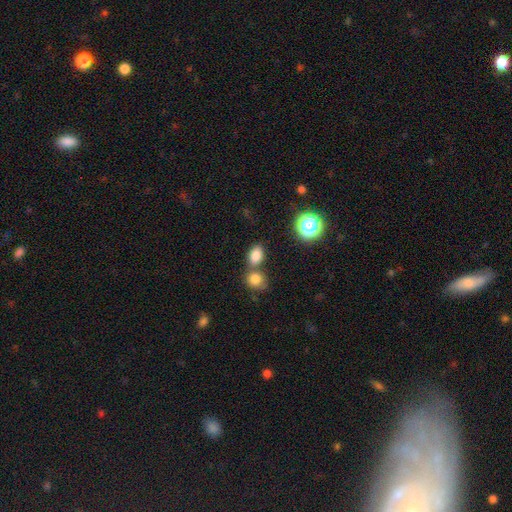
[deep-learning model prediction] Smooth or featured? Predicted: smooth (p=0.81). How rounded? Predicted: in between (p=0.73). Merging? Predicted: none (p=0.55).